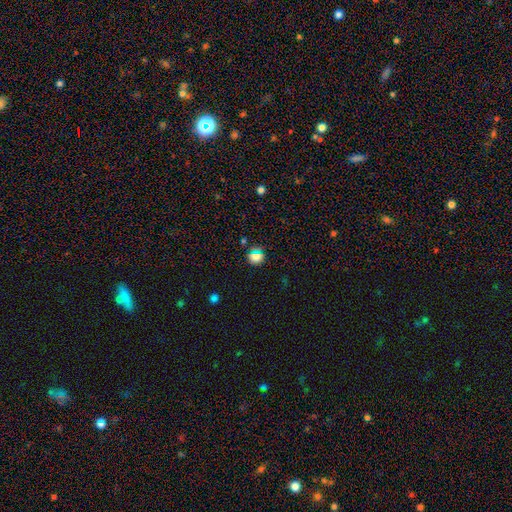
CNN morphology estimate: smooth-or-featured: smooth: 67% | star or artifact: 26% | featured or disk: 7%
  how-rounded: round: 85% | in between: 14% | cigar-shaped: 2%
  merging: none: 84% | minor disturbance: 9% | major disturbance: 3% | merger: 3%